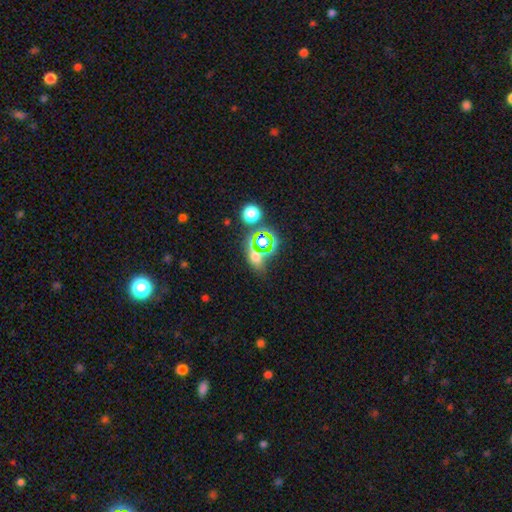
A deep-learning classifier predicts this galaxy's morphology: The model was most divided on "smooth or featured": star or artifact: 46%, smooth: 42%, featured or disk: 12%.